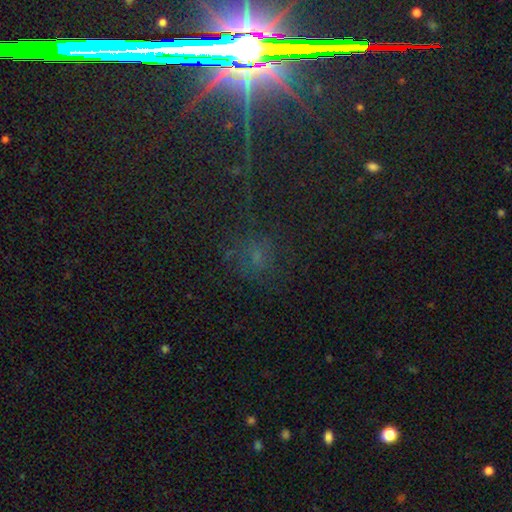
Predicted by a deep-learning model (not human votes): A star or artifact, not a galaxy (50%).

Vote fractions:
- Smooth or featured? star or artifact: 50% / smooth: 33% / featured or disk: 17%